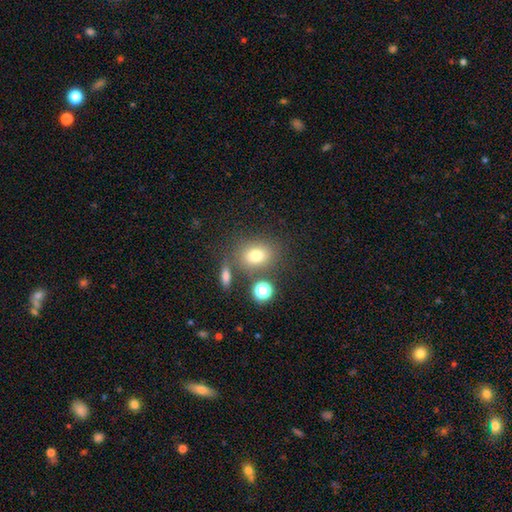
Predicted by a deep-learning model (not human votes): Smooth or featured? Predicted: smooth (p=0.75). How rounded? Predicted: in between (p=0.52). Merging? Predicted: none (p=0.70).